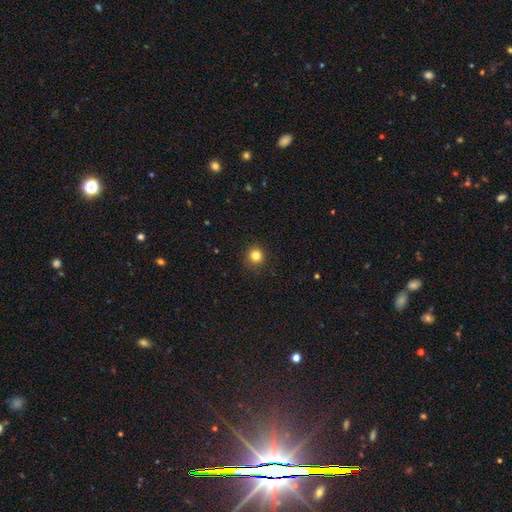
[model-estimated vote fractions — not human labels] Smooth or featured? Predicted: smooth (p=0.82). How rounded? Predicted: round (p=0.93). Merging? Predicted: none (p=0.90).